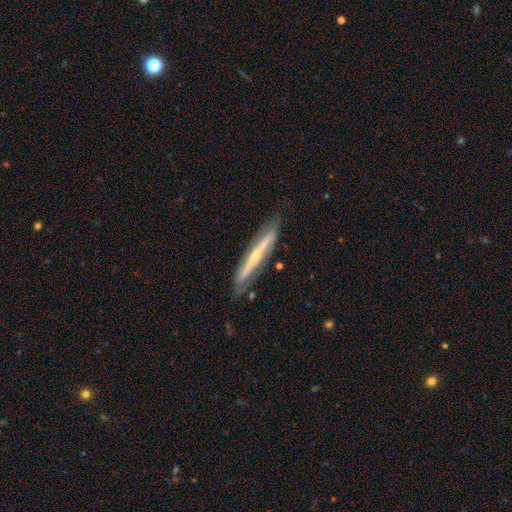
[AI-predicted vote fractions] featured or disk 73%, smooth 21%, star or artifact 6%. Down the decision tree: edge-on disk — yes (84%); edge-on bulge — rounded (75%); merging — none (78%).